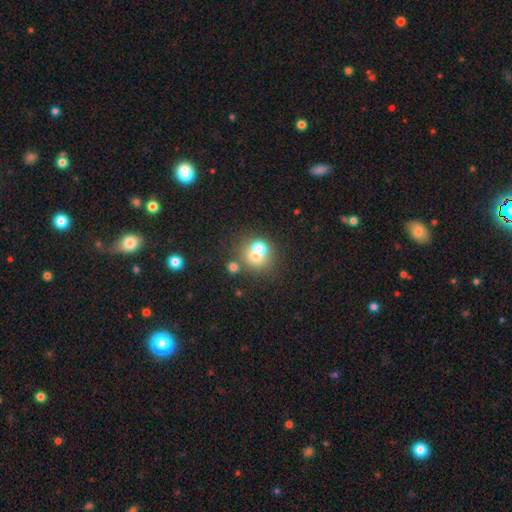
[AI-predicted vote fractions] smooth 65%, featured or disk 21%, star or artifact 14%. Down the decision tree: how rounded — round (82%); merging — merger (50%).